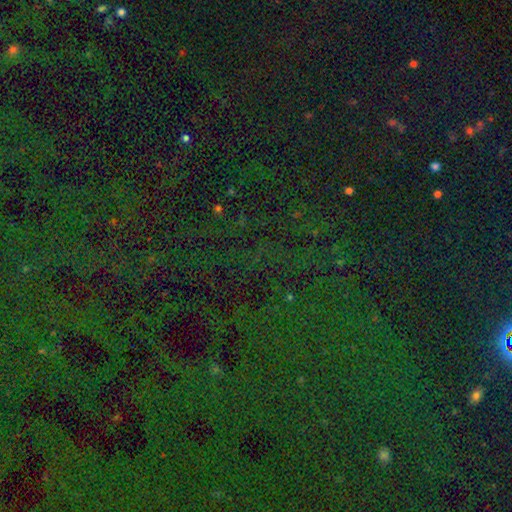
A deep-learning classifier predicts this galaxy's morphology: A star or artifact, not a galaxy (84%).